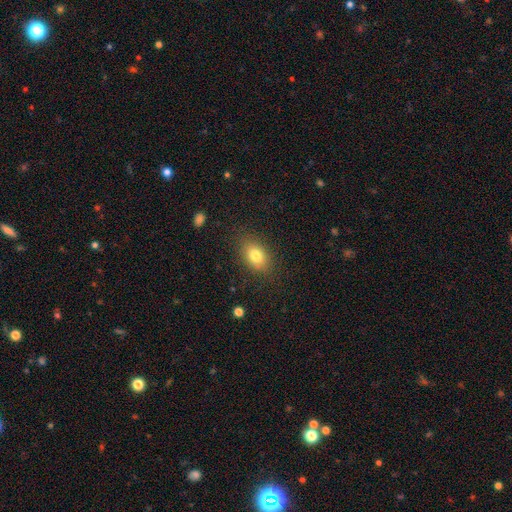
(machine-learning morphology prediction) This appears to be a smooth galaxy with no disk features (80%) that is in between round and cigar-shaped (81%). Merging: none (83%).